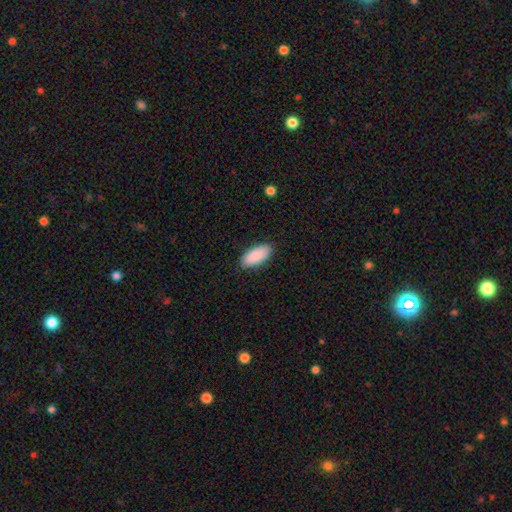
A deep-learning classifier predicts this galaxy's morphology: A smooth galaxy with no disk features (89%) that is in between round and cigar-shaped (91%). Merging: none (87%).